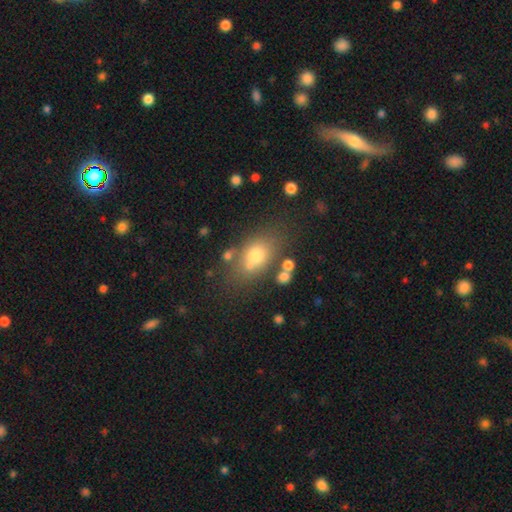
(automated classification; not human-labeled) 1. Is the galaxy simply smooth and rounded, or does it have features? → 71% smooth, 16% featured or disk, 13% star or artifact.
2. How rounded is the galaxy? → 73% in between, 24% round, 3% cigar-shaped.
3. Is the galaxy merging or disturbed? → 65% none, 16% minor disturbance, 12% merger, 7% major disturbance.